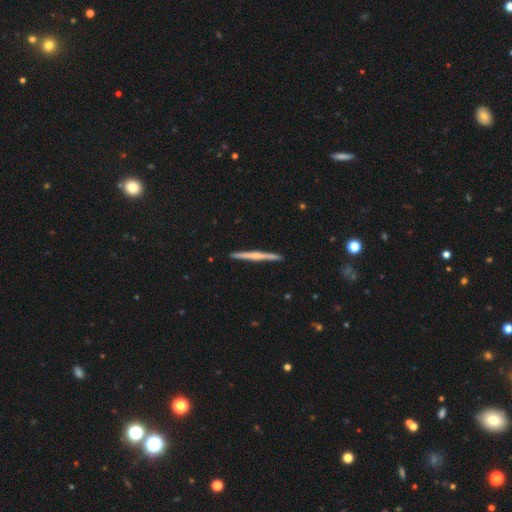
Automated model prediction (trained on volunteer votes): Q: Smooth or featured?
A: featured or disk (65%); runner-up: smooth (29%)
Q: Edge-on disk?
A: yes (98%); runner-up: no (2%)
Q: Edge-on bulge?
A: rounded (60%); runner-up: none (32%)
Q: Merging?
A: none (93%); runner-up: minor disturbance (5%)